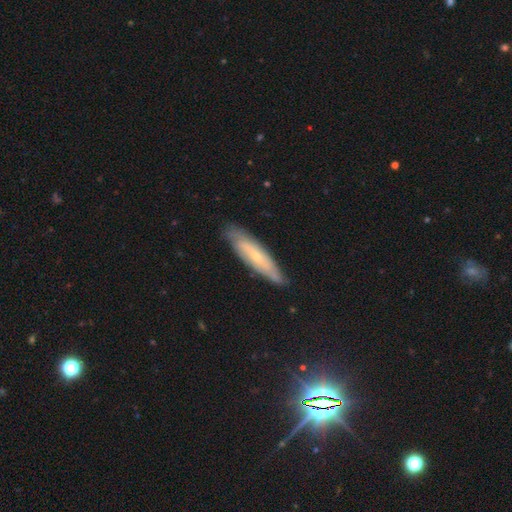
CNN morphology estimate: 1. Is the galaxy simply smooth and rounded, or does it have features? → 54% featured or disk, 39% smooth, 7% star or artifact.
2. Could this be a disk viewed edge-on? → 52% no, 48% yes.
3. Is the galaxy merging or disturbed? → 80% none, 16% minor disturbance, 3% major disturbance, 1% merger.